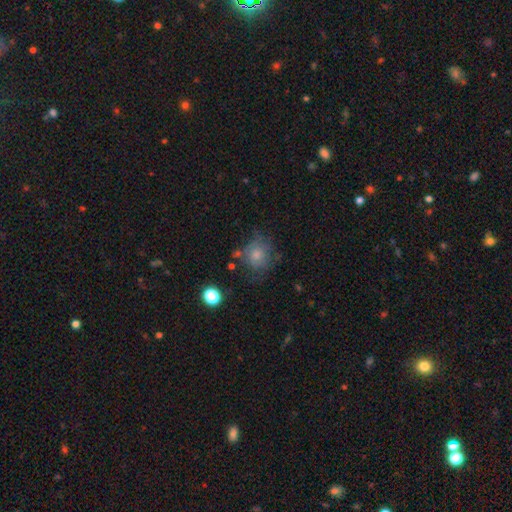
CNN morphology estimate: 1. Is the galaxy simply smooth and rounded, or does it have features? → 57% smooth, 24% featured or disk, 19% star or artifact.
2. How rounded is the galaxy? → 77% round, 22% in between, 1% cigar-shaped.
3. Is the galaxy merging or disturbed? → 64% none, 21% minor disturbance, 10% major disturbance, 5% merger.